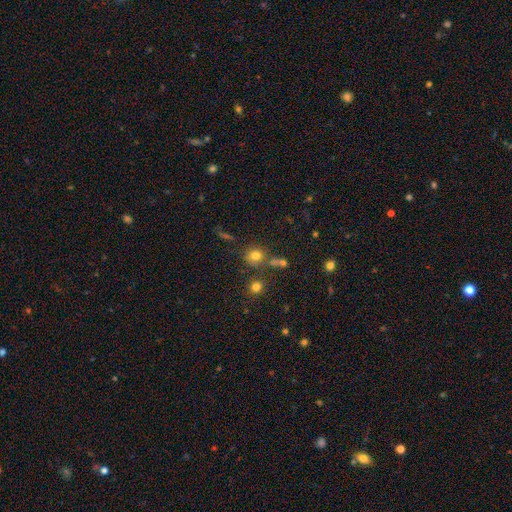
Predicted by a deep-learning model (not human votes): Overall: smooth (75%). How rounded: round (84%). Merging: none (71%).